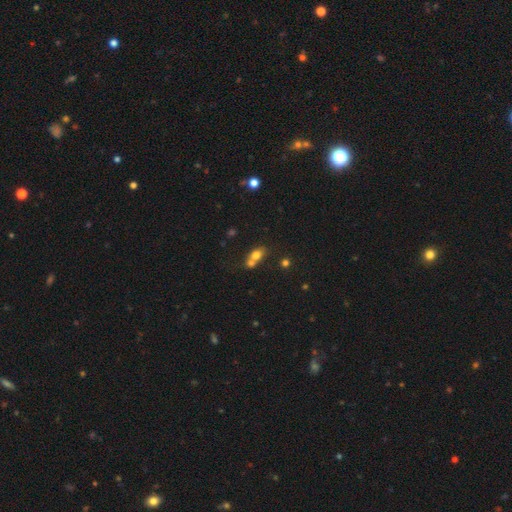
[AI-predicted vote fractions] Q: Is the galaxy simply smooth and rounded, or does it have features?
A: smooth — 72%.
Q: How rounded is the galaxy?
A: in between — 60%.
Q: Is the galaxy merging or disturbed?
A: merger — 58%.